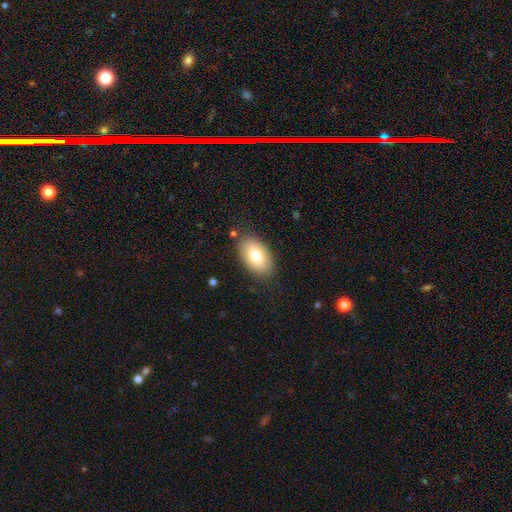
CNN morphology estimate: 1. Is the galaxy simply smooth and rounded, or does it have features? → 76% smooth, 17% featured or disk, 7% star or artifact.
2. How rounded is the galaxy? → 93% in between, 6% round, 1% cigar-shaped.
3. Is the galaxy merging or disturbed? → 84% none, 12% minor disturbance, 3% major disturbance, 2% merger.